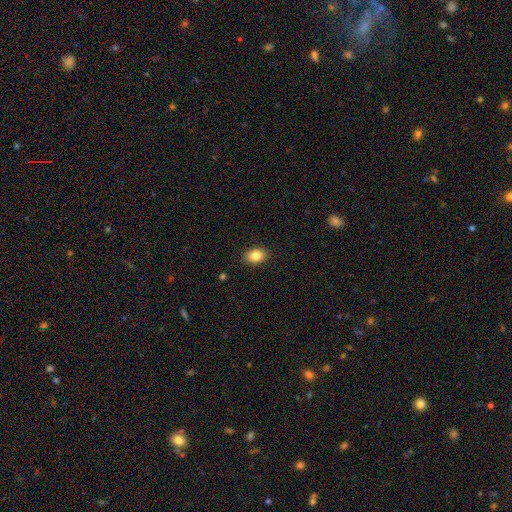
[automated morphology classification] This appears to be a smooth galaxy with no disk features (85%) that is in between round and cigar-shaped (78%). Merging: none (89%).